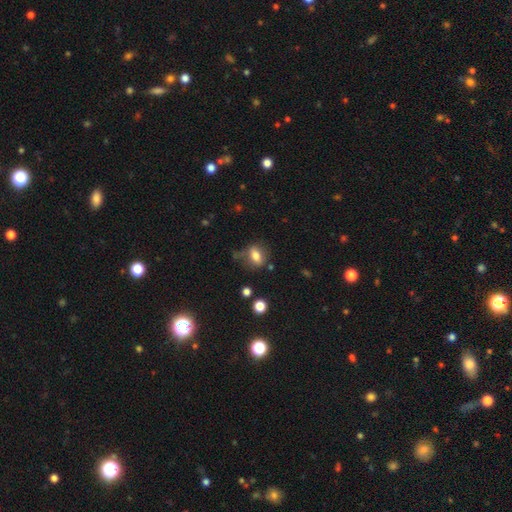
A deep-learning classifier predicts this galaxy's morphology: Q: Smooth or featured?
A: smooth (75%); runner-up: featured or disk (15%)
Q: How rounded?
A: in between (74%); runner-up: round (21%)
Q: Merging?
A: none (64%); runner-up: minor disturbance (22%)